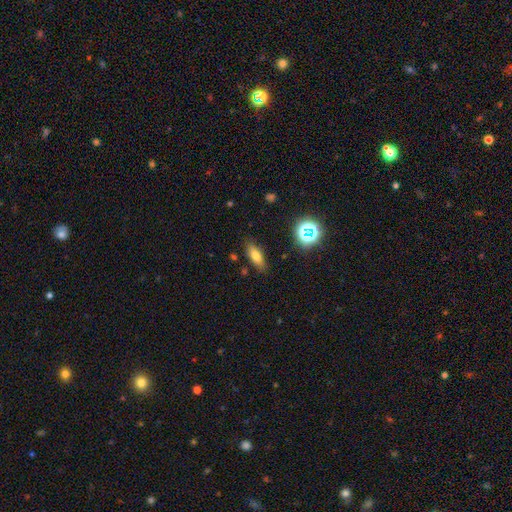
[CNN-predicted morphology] Smooth or featured?
  - smooth: 69% *
  - featured or disk: 18%
  - star or artifact: 13%
How rounded?
  - in between: 63% *
  - cigar-shaped: 31%
  - round: 6%
Merging?
  - none: 84% *
  - minor disturbance: 11%
  - major disturbance: 3%
  - merger: 2%